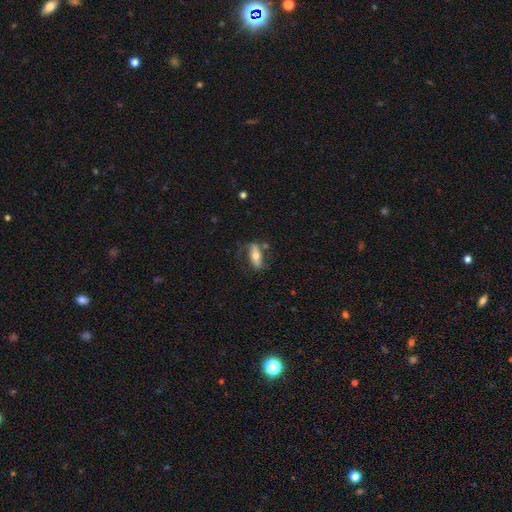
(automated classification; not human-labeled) This appears to be a featured or disk galaxy (47%). Merging: none (57%).